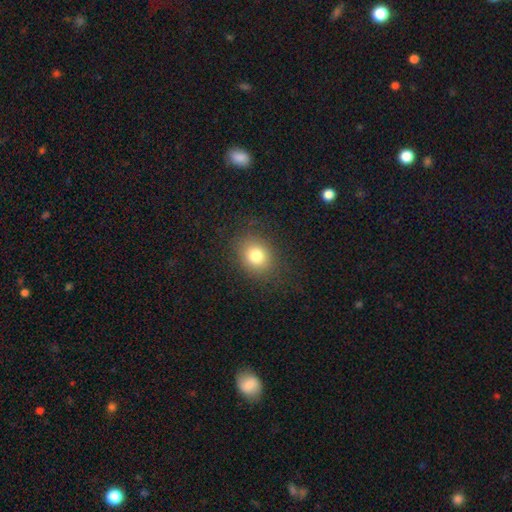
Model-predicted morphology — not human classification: Smooth or featured: smooth — 79% (star or artifact — 12%)
How rounded: round — 60% (in between — 39%)
Merging: none — 83% (minor disturbance — 11%)